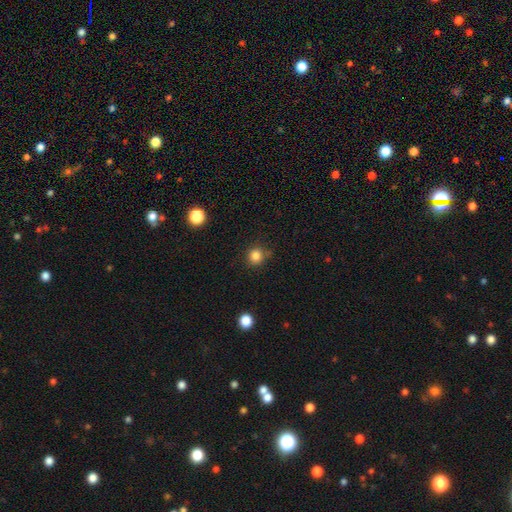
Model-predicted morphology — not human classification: Overall: smooth (83%). How rounded: round (91%). Merging: none (82%).